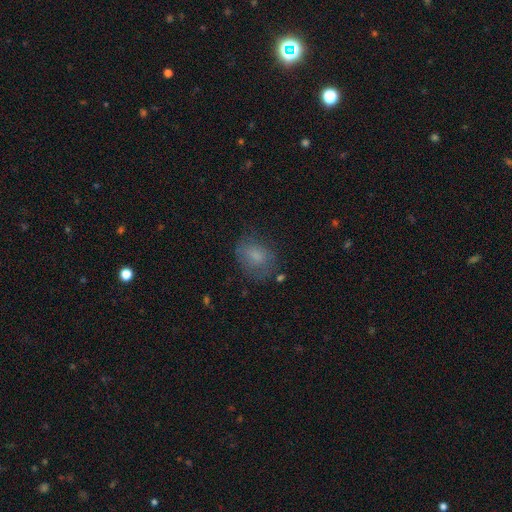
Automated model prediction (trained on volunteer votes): Smooth or featured?
  - smooth: 72% *
  - featured or disk: 17%
  - star or artifact: 11%
How rounded?
  - in between: 62% *
  - round: 36%
  - cigar-shaped: 1%
Merging?
  - none: 62% *
  - minor disturbance: 23%
  - major disturbance: 12%
  - merger: 3%